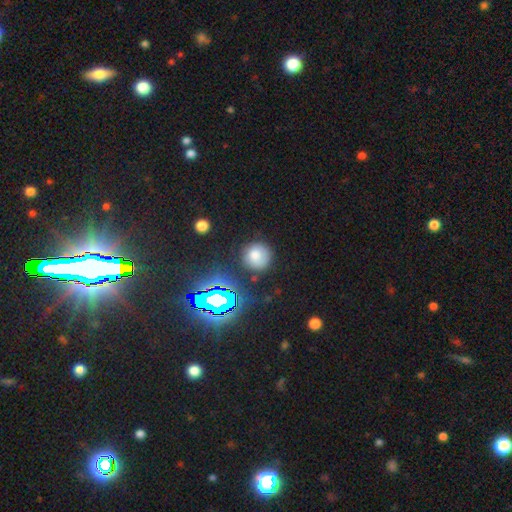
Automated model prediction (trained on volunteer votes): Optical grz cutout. It shows a smooth galaxy with no disk features (72%) that is round (91%). Merging: none (78%).